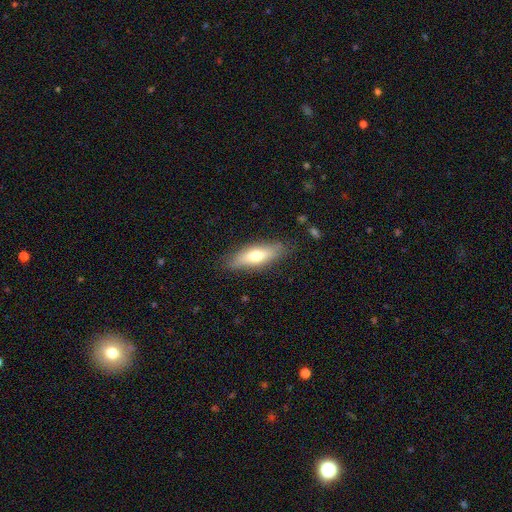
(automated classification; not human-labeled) A smooth galaxy with no disk features (63%) that is in between round and cigar-shaped (51%).

Vote fractions:
- Smooth or featured? smooth: 63% / featured or disk: 31% / star or artifact: 6%
- How rounded? in between: 51% / cigar-shaped: 46% / round: 3%
- Merging? none: 82% / minor disturbance: 13% / major disturbance: 3% / merger: 1%